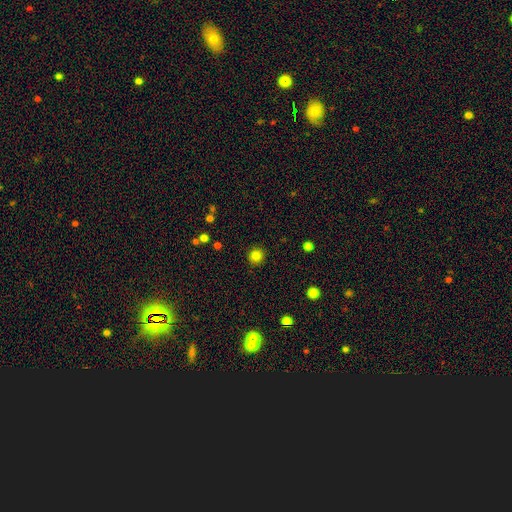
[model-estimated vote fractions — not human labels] Q: Smooth or featured?
A: smooth (83%); runner-up: star or artifact (12%)
Q: How rounded?
A: round (93%); runner-up: in between (6%)
Q: Merging?
A: none (91%); runner-up: minor disturbance (6%)